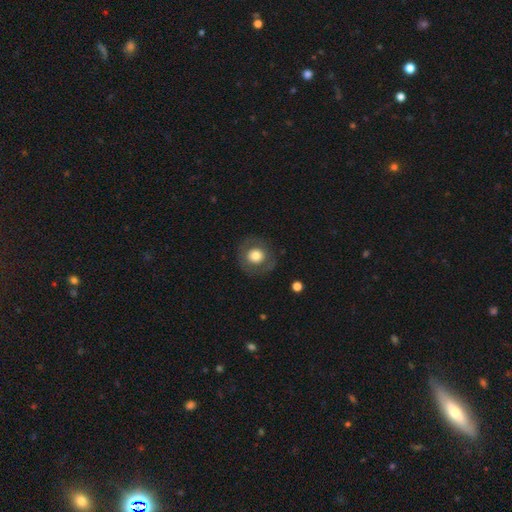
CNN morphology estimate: Overall: smooth (66%; featured or disk 26%). How rounded: round (90%). Merging: none (82%).